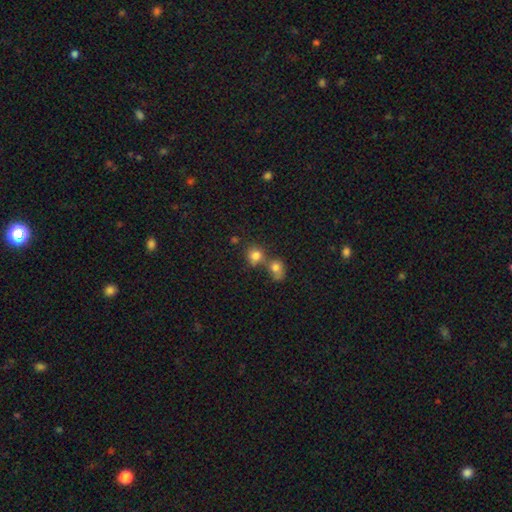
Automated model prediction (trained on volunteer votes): smooth_or_featured: smooth (p=0.79) [alt: star or artifact p=0.12]
how_rounded: round (p=0.78) [alt: in between p=0.21]
merging: merger (p=0.44) [alt: none p=0.43]